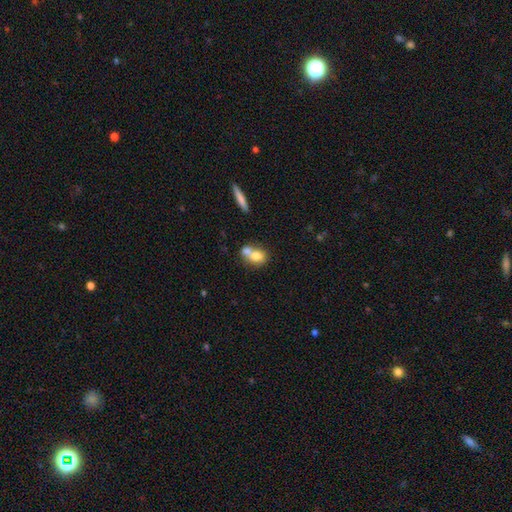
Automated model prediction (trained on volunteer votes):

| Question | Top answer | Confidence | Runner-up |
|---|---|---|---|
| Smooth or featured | smooth | 72% | featured or disk (19%) |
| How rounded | in between | 58% | round (39%) |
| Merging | merger | 61% | none (27%) |